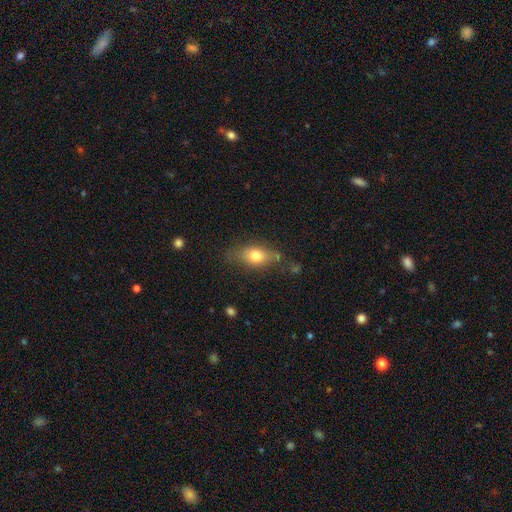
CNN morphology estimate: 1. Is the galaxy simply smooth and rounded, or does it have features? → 72% smooth, 19% featured or disk, 9% star or artifact.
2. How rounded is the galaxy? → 75% in between, 16% round, 9% cigar-shaped.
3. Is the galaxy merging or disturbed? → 65% none, 23% minor disturbance, 8% major disturbance, 4% merger.